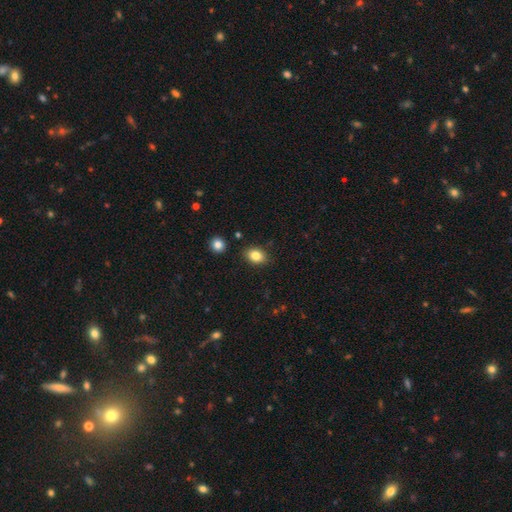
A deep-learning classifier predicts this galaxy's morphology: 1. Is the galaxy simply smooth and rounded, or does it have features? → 83% smooth, 9% star or artifact, 8% featured or disk.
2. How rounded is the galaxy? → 73% in between, 26% round, 1% cigar-shaped.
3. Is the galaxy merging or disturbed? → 86% none, 10% minor disturbance, 3% merger, 2% major disturbance.